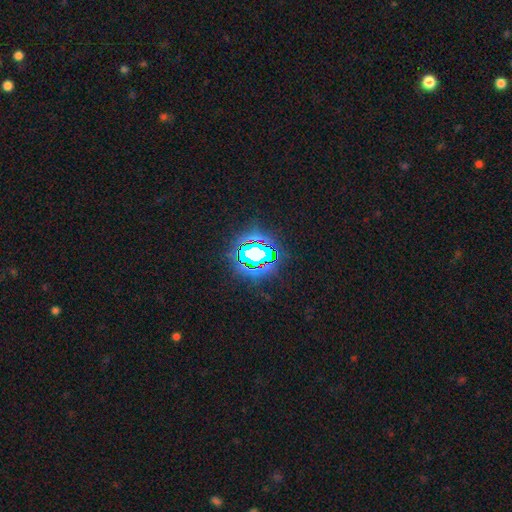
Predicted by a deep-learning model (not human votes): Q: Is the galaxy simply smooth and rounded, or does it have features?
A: star or artifact — 74%.